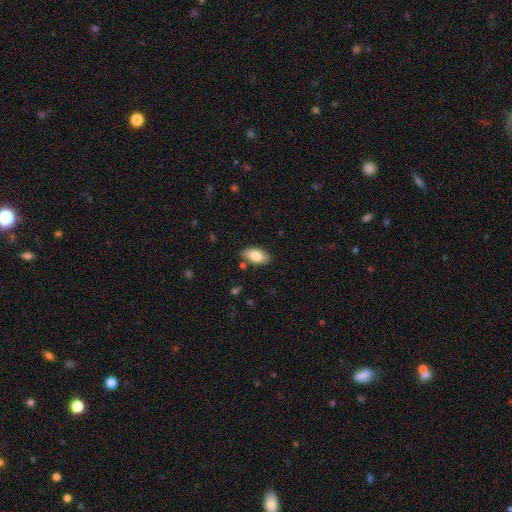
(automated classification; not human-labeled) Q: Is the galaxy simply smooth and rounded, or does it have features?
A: smooth — 82%.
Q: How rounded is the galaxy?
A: in between — 93%.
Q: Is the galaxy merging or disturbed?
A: none — 84%.